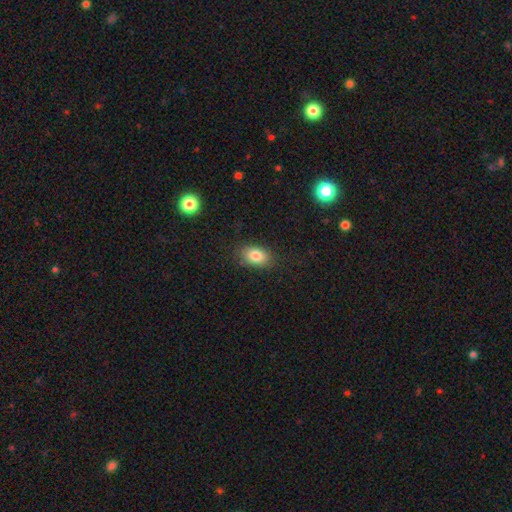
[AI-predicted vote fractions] Smooth or featured?
  - smooth: 82% *
  - star or artifact: 9%
  - featured or disk: 9%
How rounded?
  - in between: 82% *
  - round: 17%
  - cigar-shaped: 2%
Merging?
  - none: 83% *
  - minor disturbance: 12%
  - major disturbance: 3%
  - merger: 1%